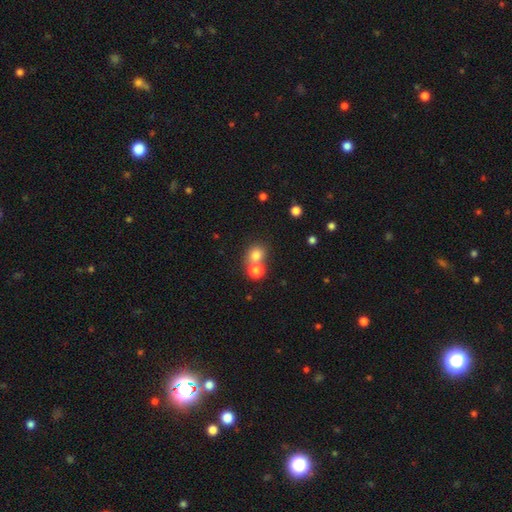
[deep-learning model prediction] smooth 77%, star or artifact 14%, featured or disk 9%. Down the decision tree: how rounded — round (79%); merging — none (51%).